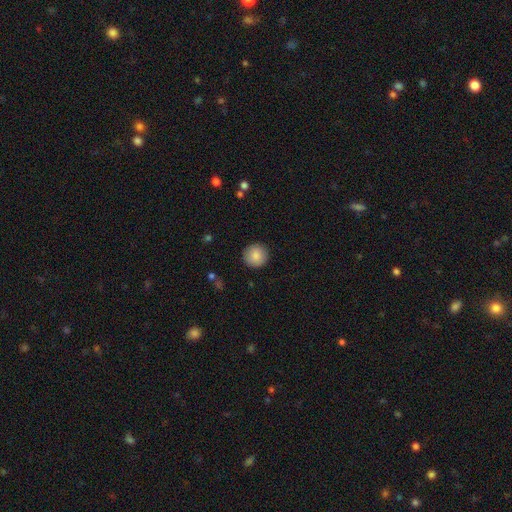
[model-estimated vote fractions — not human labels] Q: Smooth or featured?
A: smooth (86%); runner-up: star or artifact (8%)
Q: How rounded?
A: round (95%); runner-up: in between (4%)
Q: Merging?
A: none (91%); runner-up: minor disturbance (6%)